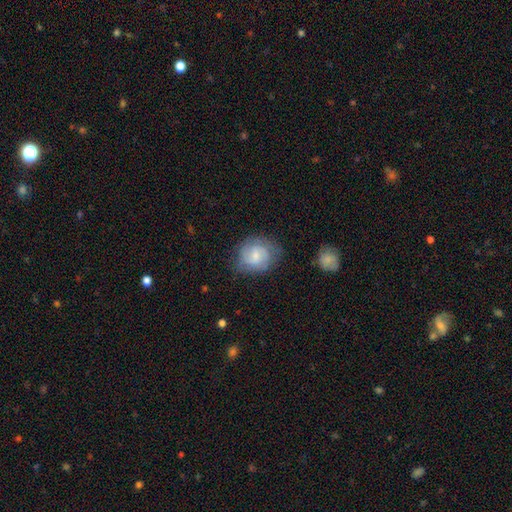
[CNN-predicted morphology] smooth_or_featured: smooth (p=0.52) [alt: featured or disk p=0.41]
how_rounded: round (p=0.69) [alt: in between p=0.30]
merging: none (p=0.65) [alt: minor disturbance p=0.24]